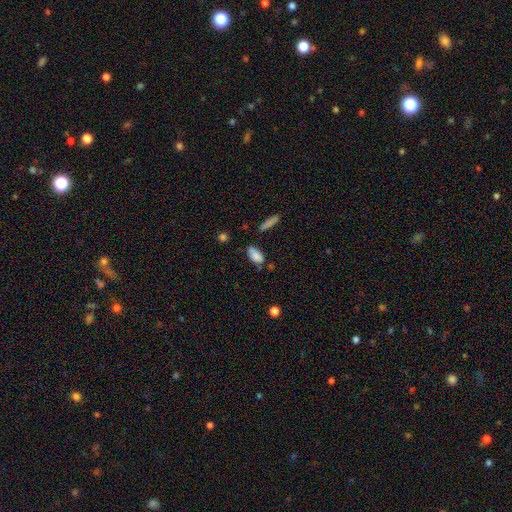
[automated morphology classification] smooth-or-featured: smooth: 84% | star or artifact: 8% | featured or disk: 8%
  how-rounded: in between: 88% | cigar-shaped: 9% | round: 4%
  merging: none: 60% | minor disturbance: 27% | merger: 7% | major disturbance: 7%